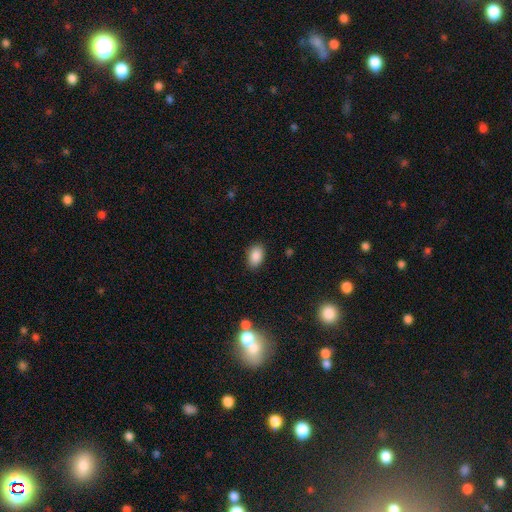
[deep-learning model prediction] Smooth or featured: smooth — 87% (star or artifact — 8%)
How rounded: in between — 85% (round — 14%)
Merging: none — 86% (minor disturbance — 10%)